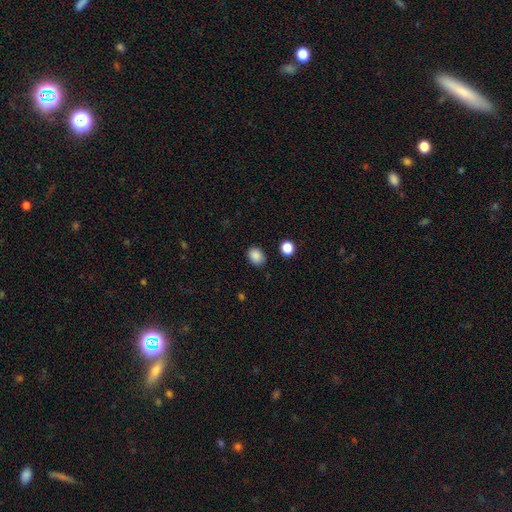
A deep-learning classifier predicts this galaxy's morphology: The model was most divided on "how rounded": in between: 54%, round: 45%, cigar-shaped: 1%. More confident: smooth or featured — smooth (87%); merging — none (84%).